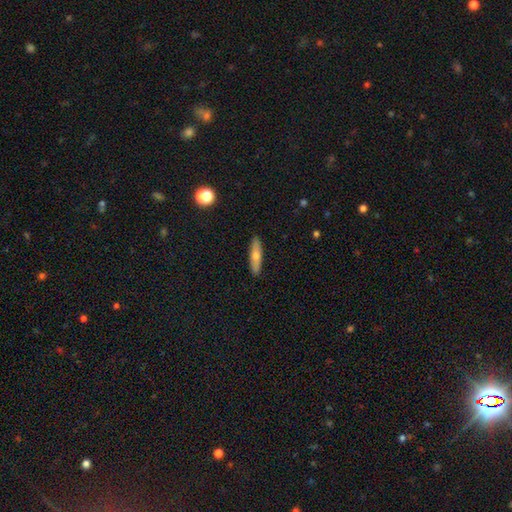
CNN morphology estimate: This is possibly a smooth galaxy (55%). How rounded: likely cigar-shaped (78%). Merging: clearly none (90%).